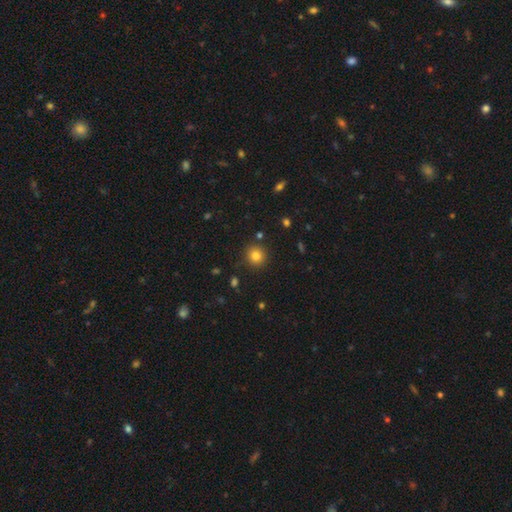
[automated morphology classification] The model was most divided on "smooth or featured": smooth: 82%, star or artifact: 13%, featured or disk: 6%. More confident: how rounded — round (92%); merging — none (88%).